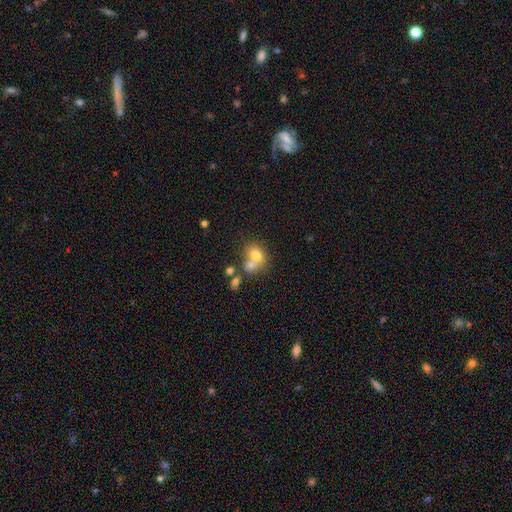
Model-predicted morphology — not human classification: smooth_or_featured: smooth (p=0.72) [alt: featured or disk p=0.17]
how_rounded: round (p=0.54) [alt: in between p=0.45]
merging: merger (p=0.54) [alt: none p=0.32]